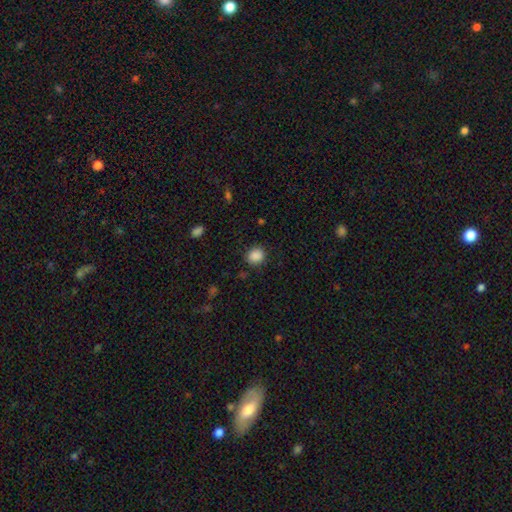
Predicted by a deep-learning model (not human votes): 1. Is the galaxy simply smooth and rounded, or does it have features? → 87% smooth, 10% star or artifact, 3% featured or disk.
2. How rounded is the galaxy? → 74% round, 25% in between, 1% cigar-shaped.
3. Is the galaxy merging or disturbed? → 84% none, 11% minor disturbance, 3% major disturbance, 1% merger.